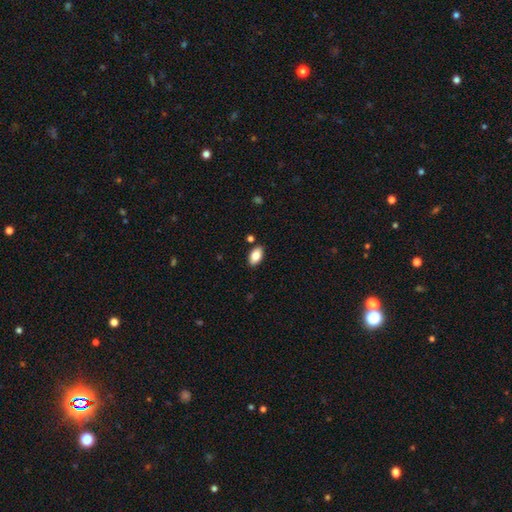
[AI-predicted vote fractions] A smooth galaxy with no disk features (84%) that is in between round and cigar-shaped (93%). Merging: none (87%).